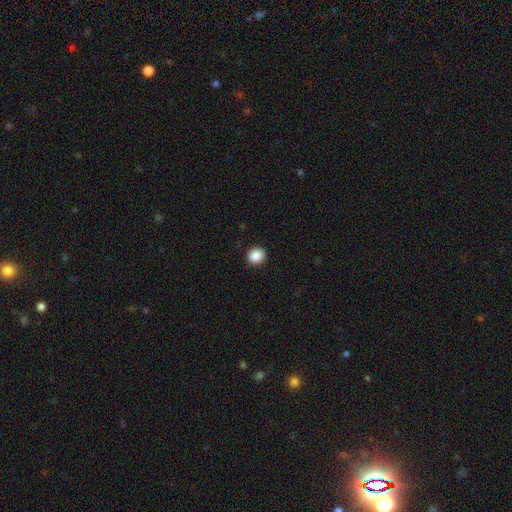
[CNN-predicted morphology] type=smooth (89%); roundness=round (82%); merging=none (92%).